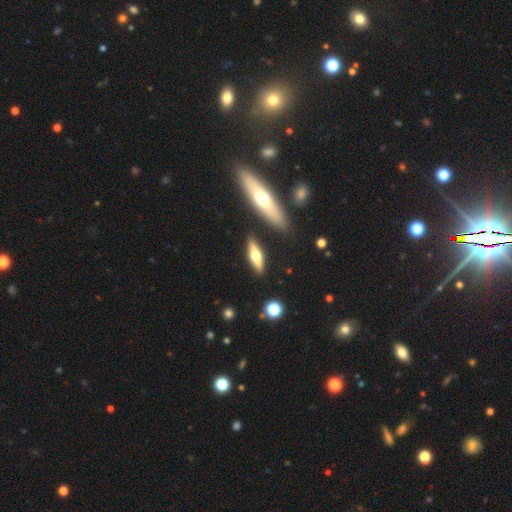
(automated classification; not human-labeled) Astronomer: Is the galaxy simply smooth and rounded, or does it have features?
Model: featured or disk — 54% (runner-up: smooth, 40%).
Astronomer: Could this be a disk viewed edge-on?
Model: yes — 91%.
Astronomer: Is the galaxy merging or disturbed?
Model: none — 86%.